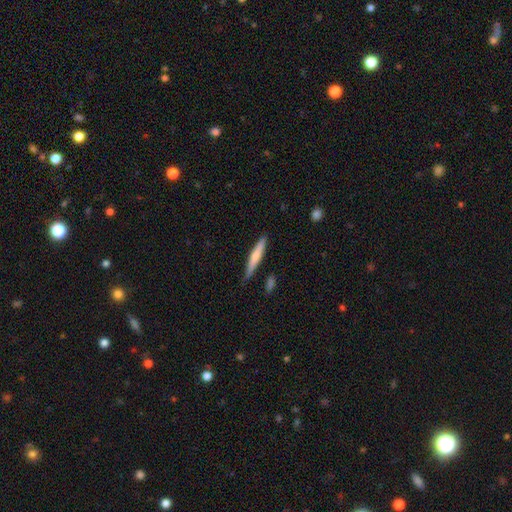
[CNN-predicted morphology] A smooth galaxy with no disk features (60%) that is cigar-shaped (92%). Merging: none (81%).